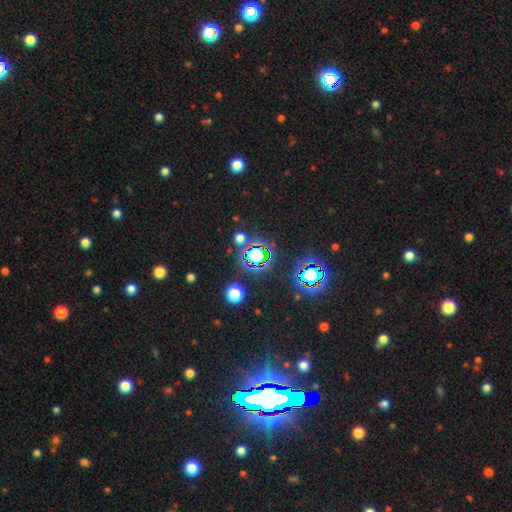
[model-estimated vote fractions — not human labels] star or artifact 63%, smooth 25%, featured or disk 12%.